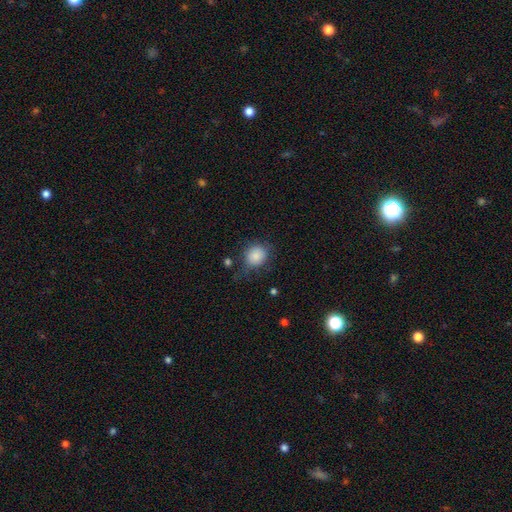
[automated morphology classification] A smooth galaxy with no disk features (84%) that is round (73%). Merging: none (59%).